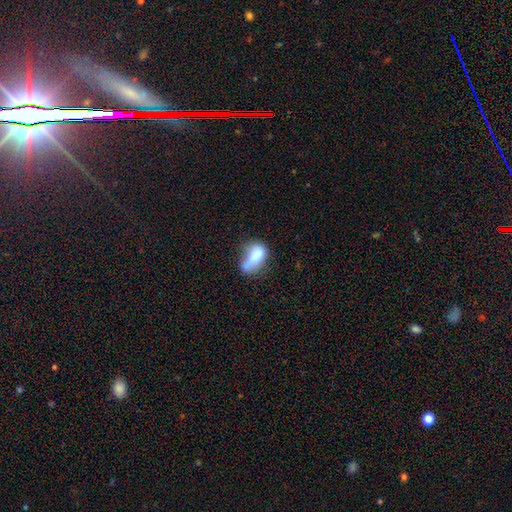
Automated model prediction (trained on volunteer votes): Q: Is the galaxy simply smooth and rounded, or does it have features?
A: smooth — 73%.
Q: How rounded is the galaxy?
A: in between — 84%.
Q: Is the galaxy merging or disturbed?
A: minor disturbance — 29%.